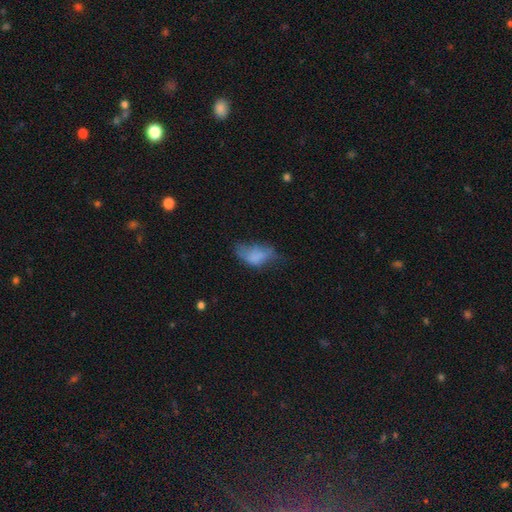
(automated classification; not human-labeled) Smooth or featured? smooth (65%)
How rounded? in between (90%)
Merging? major disturbance (35%)